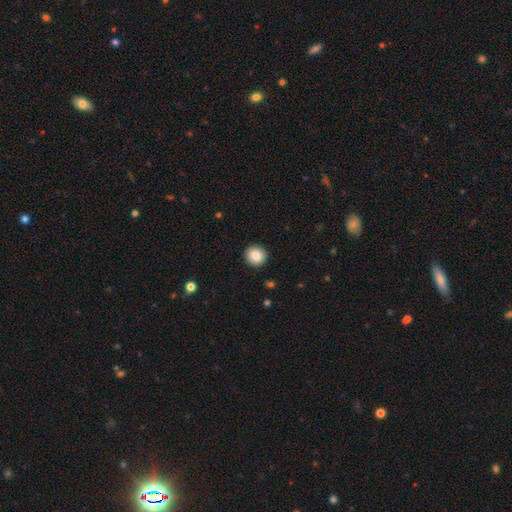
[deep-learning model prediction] Smooth or featured? smooth (86%)
How rounded? round (94%)
Merging? none (93%)